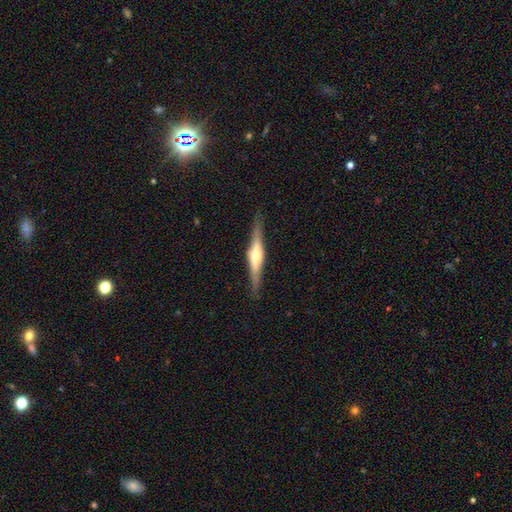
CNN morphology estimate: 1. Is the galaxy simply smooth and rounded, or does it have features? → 74% featured or disk, 21% smooth, 6% star or artifact.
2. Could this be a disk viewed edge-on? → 97% yes, 3% no.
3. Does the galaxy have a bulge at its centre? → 85% rounded, 11% boxy, 4% none.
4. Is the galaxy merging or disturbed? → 87% none, 10% minor disturbance, 2% major disturbance, 1% merger.